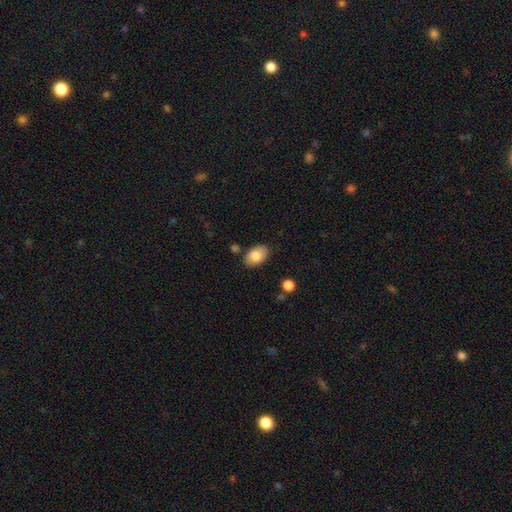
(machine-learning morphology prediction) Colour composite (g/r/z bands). It shows a smooth galaxy with no disk features (80%) that is in between round and cigar-shaped (91%). Merging: none (82%).